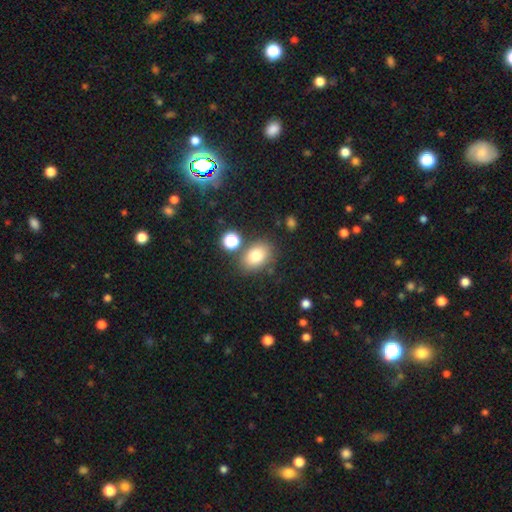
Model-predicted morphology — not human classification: Smooth or featured?
  - smooth: 78% *
  - star or artifact: 12%
  - featured or disk: 11%
How rounded?
  - in between: 74% *
  - round: 25%
  - cigar-shaped: 1%
Merging?
  - none: 75% *
  - minor disturbance: 12%
  - merger: 9%
  - major disturbance: 4%